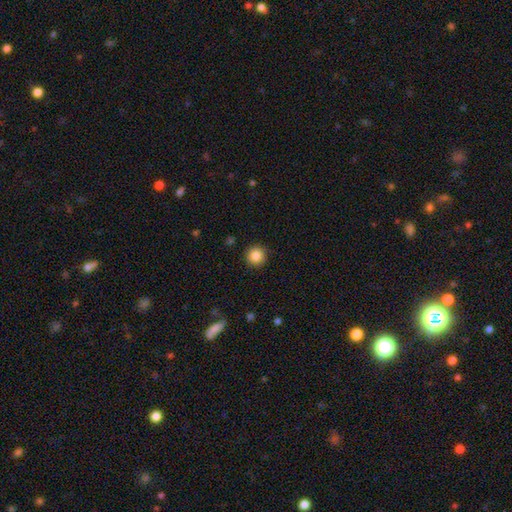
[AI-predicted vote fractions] A smooth galaxy with no disk features (86%) that is round (94%).

Vote fractions:
- Smooth or featured? smooth: 86% / star or artifact: 10% / featured or disk: 5%
- How rounded? round: 94% / in between: 5% / cigar-shaped: 1%
- Merging? none: 91% / minor disturbance: 6% / major disturbance: 2% / merger: 1%